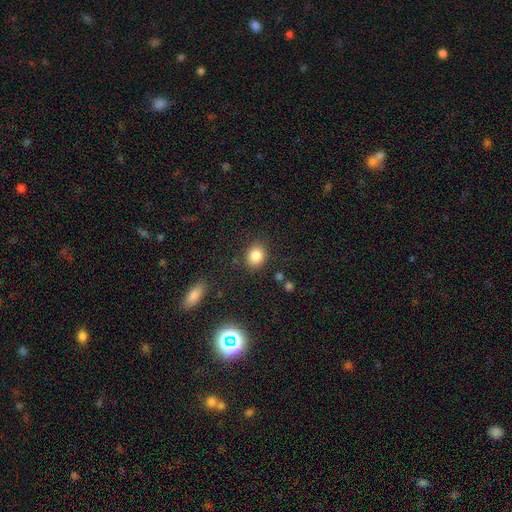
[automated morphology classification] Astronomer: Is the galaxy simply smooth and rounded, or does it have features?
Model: smooth — 83%.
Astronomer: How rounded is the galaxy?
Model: round — 60% (runner-up: in between, 39%).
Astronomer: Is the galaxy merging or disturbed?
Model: none — 85%.